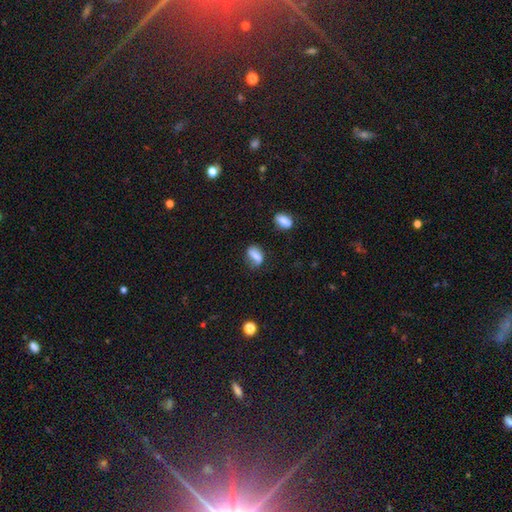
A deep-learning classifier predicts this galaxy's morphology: A smooth galaxy with no disk features (71%) that is in between round and cigar-shaped (76%). Merging: none (58%).